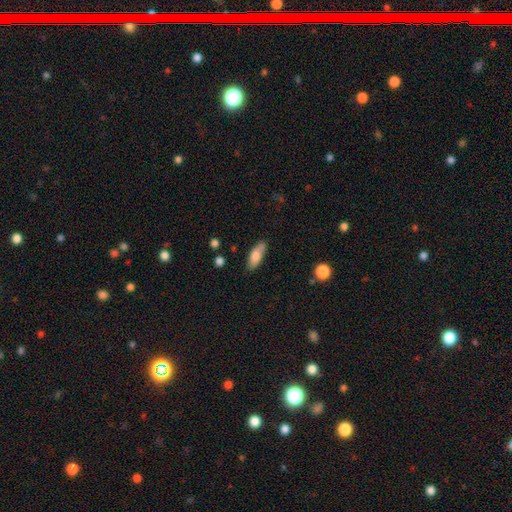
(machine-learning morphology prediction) Overall: smooth (80%). How rounded: in between (67%; cigar-shaped 31%). Merging: none (78%).